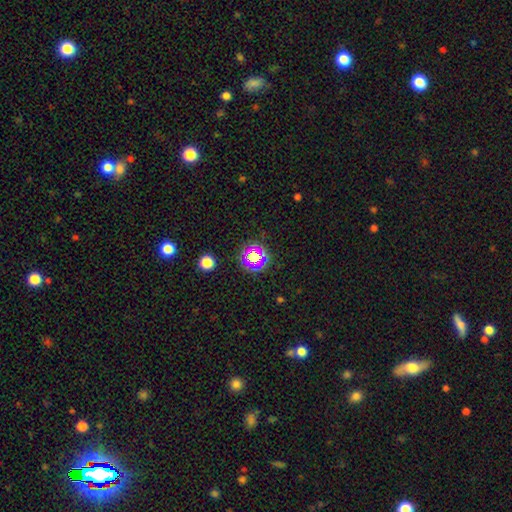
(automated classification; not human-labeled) Smooth or featured? star or artifact (63%)